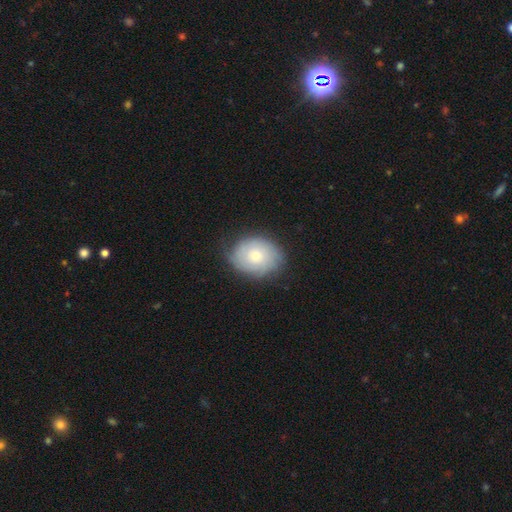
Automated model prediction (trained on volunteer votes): smooth-or-featured: smooth: 54% | featured or disk: 39% | star or artifact: 7%
  how-rounded: in between: 58% | round: 41% | cigar-shaped: 1%
  merging: none: 71% | minor disturbance: 22% | major disturbance: 6% | merger: 1%